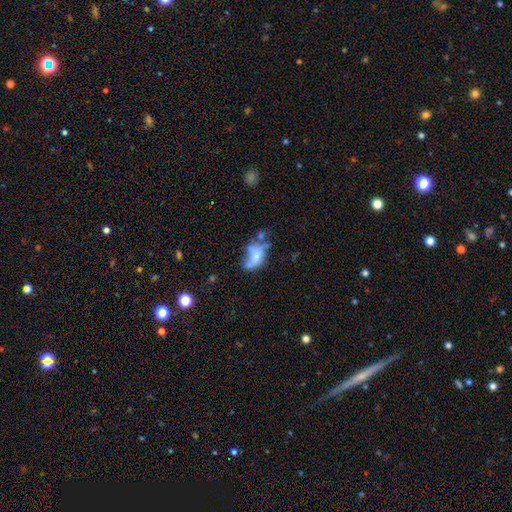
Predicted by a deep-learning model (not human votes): Smooth or featured? Predicted: smooth (p=0.53). How rounded? Predicted: in between (p=0.85). Merging? Predicted: merger (p=0.33).